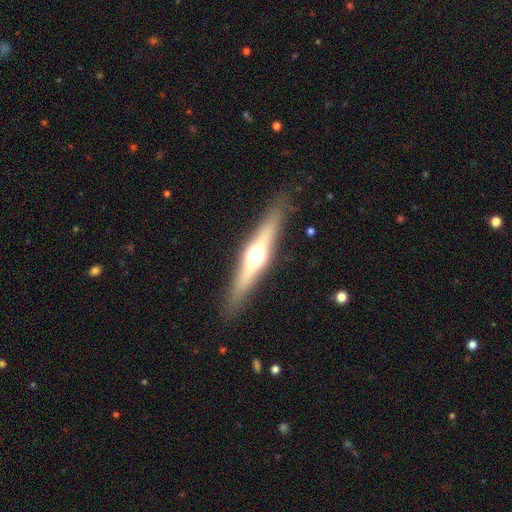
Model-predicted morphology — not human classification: Overall: featured or disk (62%; smooth 31%). Edge-on disk: yes (94%). Edge-on bulge: rounded (94%). Merging: none (88%).